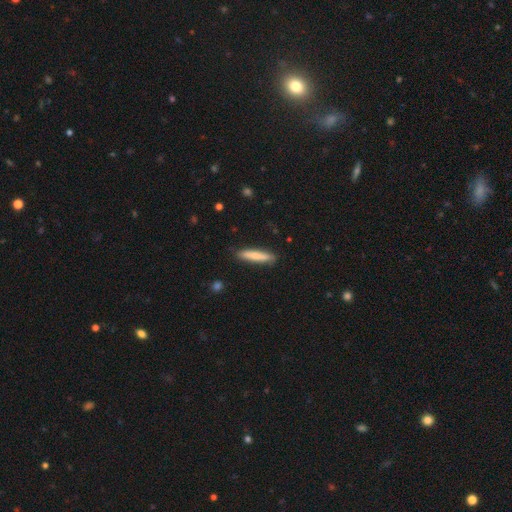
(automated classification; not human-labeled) A smooth galaxy with no disk features (72%) that is cigar-shaped (88%).

Vote fractions:
- Smooth or featured? smooth: 72% / featured or disk: 22% / star or artifact: 5%
- How rounded? cigar-shaped: 88% / in between: 11% / round: 1%
- Merging? none: 87% / minor disturbance: 10% / major disturbance: 2% / merger: 1%